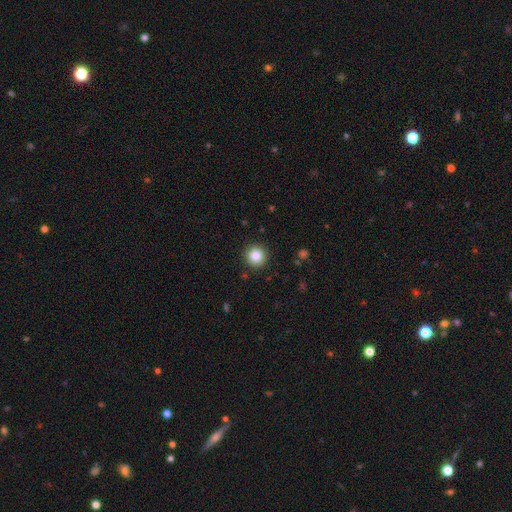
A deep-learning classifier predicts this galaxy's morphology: Overall: smooth (85%). How rounded: round (95%). Merging: none (92%).